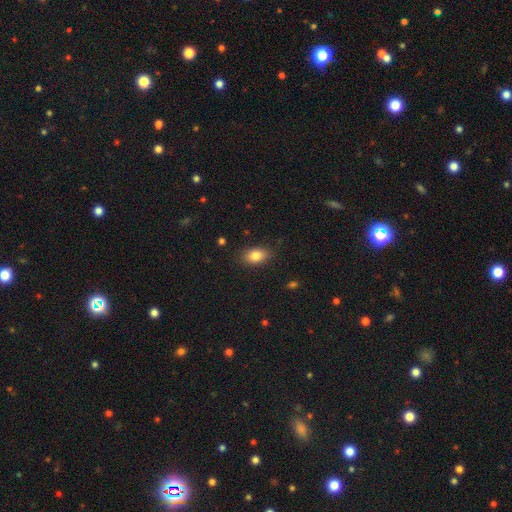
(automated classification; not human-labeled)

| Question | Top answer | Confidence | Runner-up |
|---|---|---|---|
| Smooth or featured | smooth | 83% | star or artifact (9%) |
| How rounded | in between | 87% | round (11%) |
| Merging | none | 84% | minor disturbance (12%) |